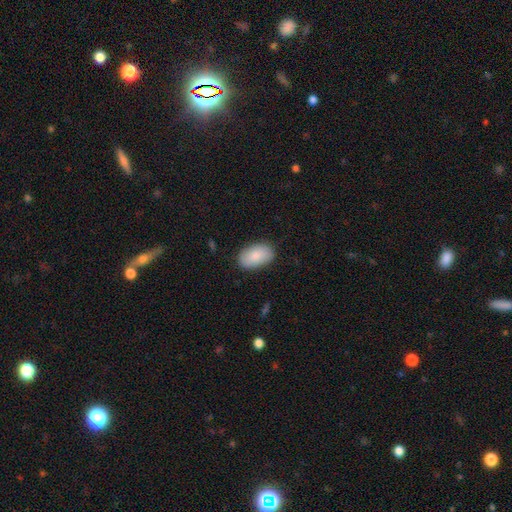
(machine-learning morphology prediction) smooth 85%, featured or disk 9%, star or artifact 6%. Down the decision tree: how rounded — in between (93%); merging — none (85%).